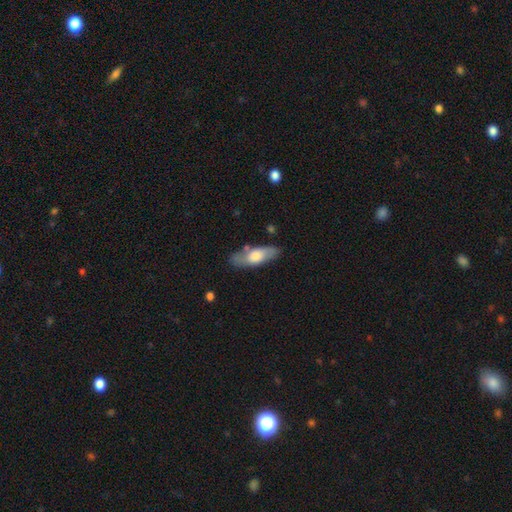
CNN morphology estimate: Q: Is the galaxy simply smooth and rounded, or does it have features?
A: smooth — 58%.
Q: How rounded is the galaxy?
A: in between — 61%.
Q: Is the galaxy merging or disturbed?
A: none — 76%.